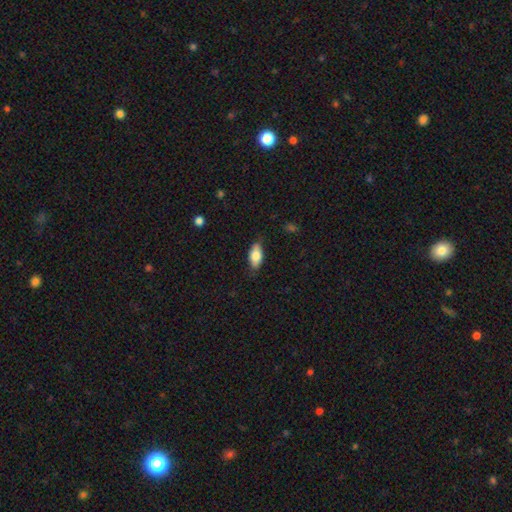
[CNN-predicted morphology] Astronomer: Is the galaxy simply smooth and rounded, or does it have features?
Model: smooth — 77%.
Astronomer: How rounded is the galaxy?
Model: in between — 87%.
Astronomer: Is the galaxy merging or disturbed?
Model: none — 79%.